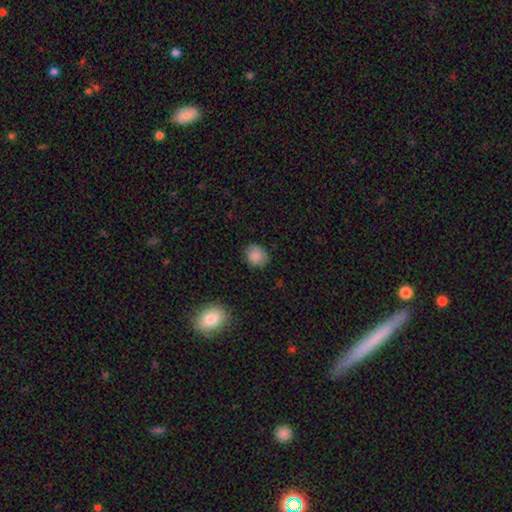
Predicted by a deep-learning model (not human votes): Morphology: type=smooth (86%); roundness=round (68%); merging=none (81%).